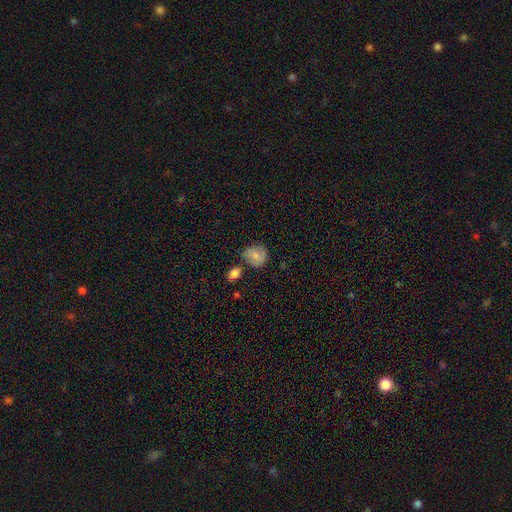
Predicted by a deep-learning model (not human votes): The model was most divided on "merging": none: 57%, minor disturbance: 24%, merger: 12%, major disturbance: 8%. More confident: how rounded — round (73%); smooth or featured — smooth (64%).